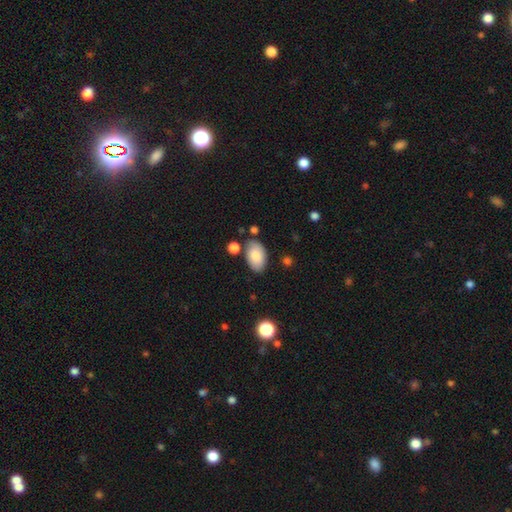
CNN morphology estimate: This appears to be a smooth galaxy with no disk features (85%) that is in between round and cigar-shaped (94%). Merging: none (78%).